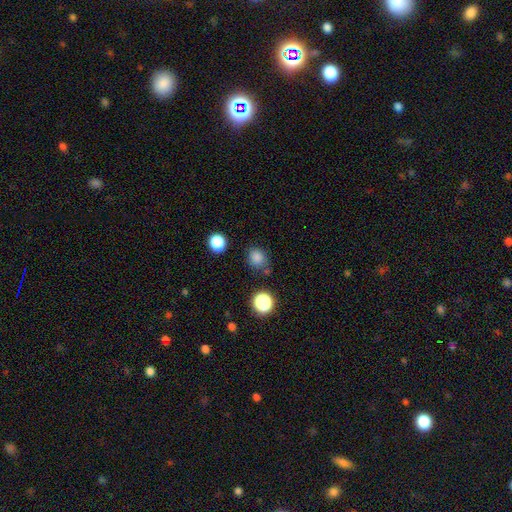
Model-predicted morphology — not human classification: Smooth or featured: smooth — 80% (star or artifact — 15%)
How rounded: round — 71% (in between — 28%)
Merging: none — 72% (minor disturbance — 17%)